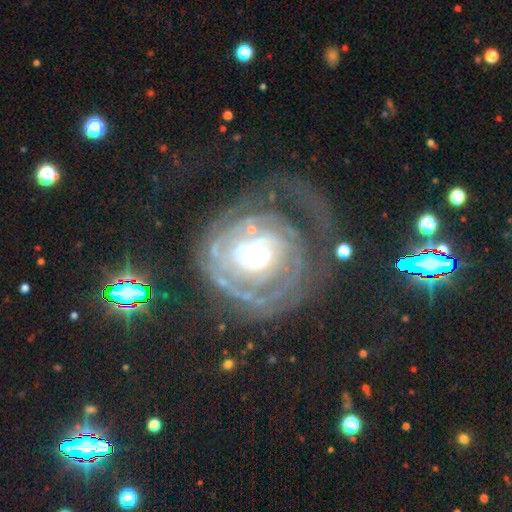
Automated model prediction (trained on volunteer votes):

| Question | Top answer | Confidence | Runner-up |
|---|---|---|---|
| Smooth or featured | featured or disk | 85% | smooth (9%) |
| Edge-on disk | no | 97% | yes (3%) |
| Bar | no | 73% | weak (19%) |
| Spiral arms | yes | 89% | no (11%) |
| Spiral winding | tight | 69% | medium (21%) |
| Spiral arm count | can't tell | 35% | 2 (27%) |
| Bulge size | small | 46% | moderate (38%) |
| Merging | none | 52% | major disturbance (29%) |